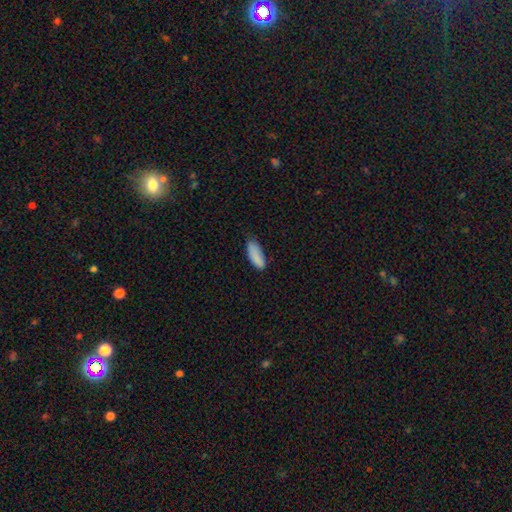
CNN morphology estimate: smooth-or-featured: smooth: 88% | star or artifact: 7% | featured or disk: 5%
  how-rounded: in between: 70% | cigar-shaped: 29% | round: 2%
  merging: none: 70% | minor disturbance: 25% | major disturbance: 4% | merger: 2%